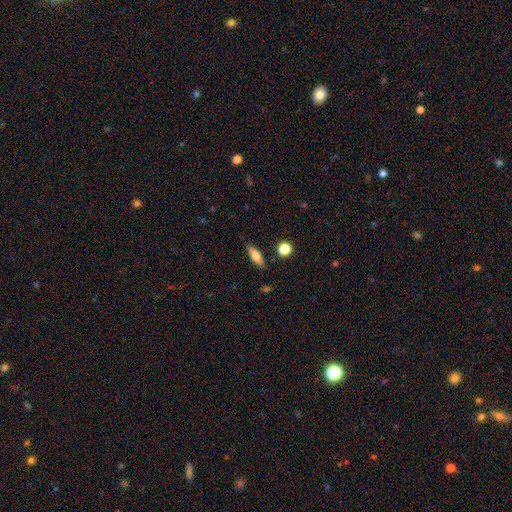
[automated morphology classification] type=smooth (67%); roundness=in between (50%); merging=none (84%).